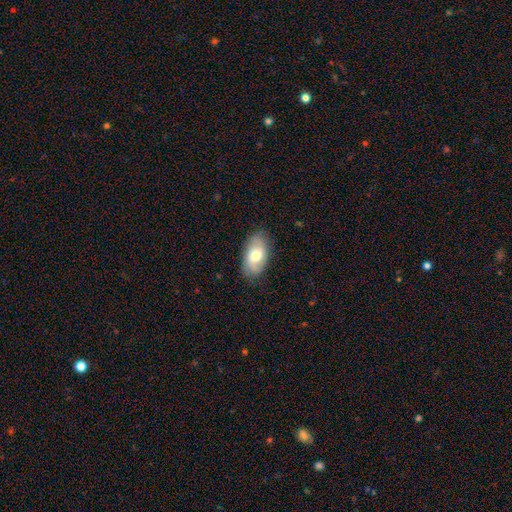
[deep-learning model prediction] Smooth or featured? Predicted: smooth (p=0.56). How rounded? Predicted: in between (p=0.92). Merging? Predicted: none (p=0.81).